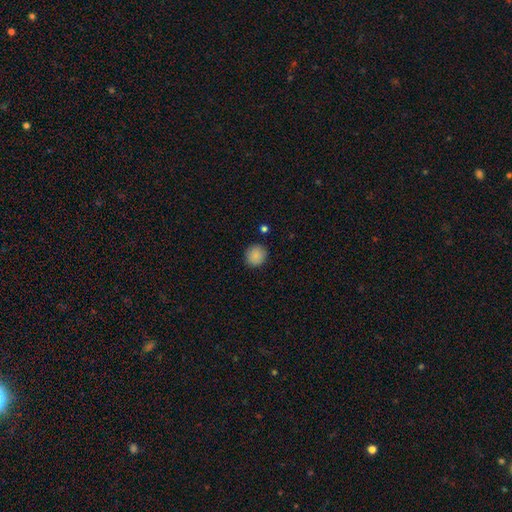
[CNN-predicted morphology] smooth-or-featured: smooth: 88% | star or artifact: 9% | featured or disk: 3%
  how-rounded: round: 88% | in between: 11% | cigar-shaped: 1%
  merging: none: 89% | minor disturbance: 7% | major disturbance: 2% | merger: 2%